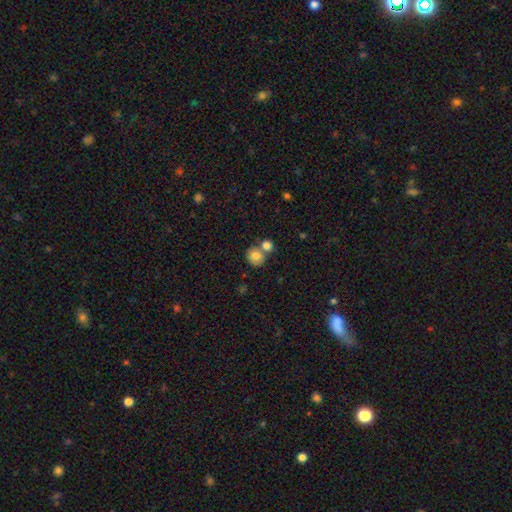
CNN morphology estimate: Overall: smooth (81%). How rounded: round (80%). Merging: none (48%; merger 41%).